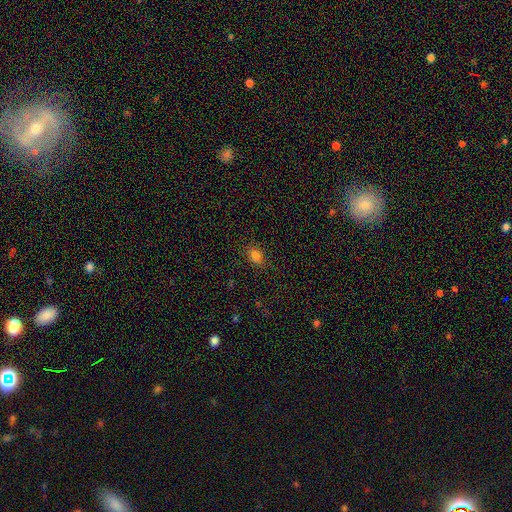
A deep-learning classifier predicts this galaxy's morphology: Smooth or featured: smooth — 81% (star or artifact — 14%)
How rounded: in between — 55% (round — 44%)
Merging: none — 83% (minor disturbance — 12%)